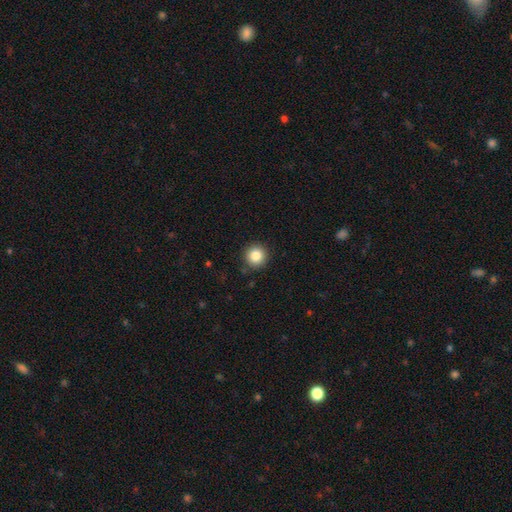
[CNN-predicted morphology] smooth_or_featured: smooth (p=0.85) [alt: star or artifact p=0.10]
how_rounded: round (p=0.95) [alt: in between p=0.04]
merging: none (p=0.91) [alt: minor disturbance p=0.06]